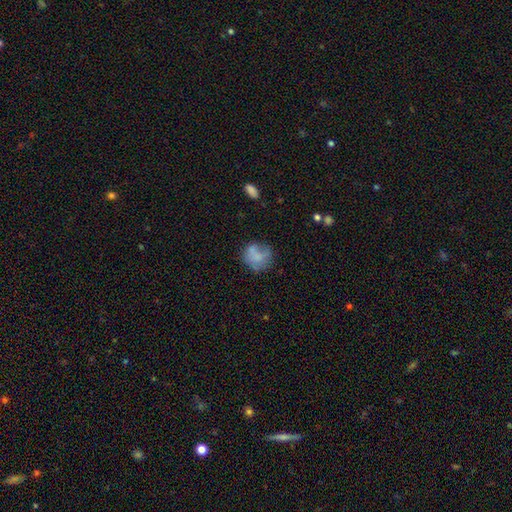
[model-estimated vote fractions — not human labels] Smooth or featured? smooth (65%)
How rounded? round (75%)
Merging? none (50%)